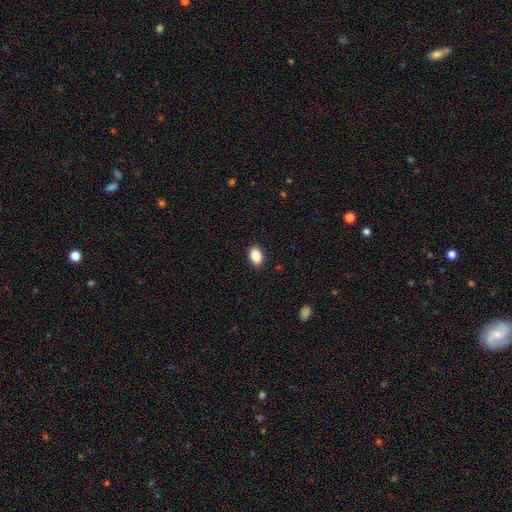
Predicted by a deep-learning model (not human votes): Smooth or featured?
  - smooth: 88% *
  - star or artifact: 8%
  - featured or disk: 4%
How rounded?
  - in between: 88% *
  - round: 11%
  - cigar-shaped: 1%
Merging?
  - none: 90% *
  - minor disturbance: 7%
  - major disturbance: 2%
  - merger: 1%